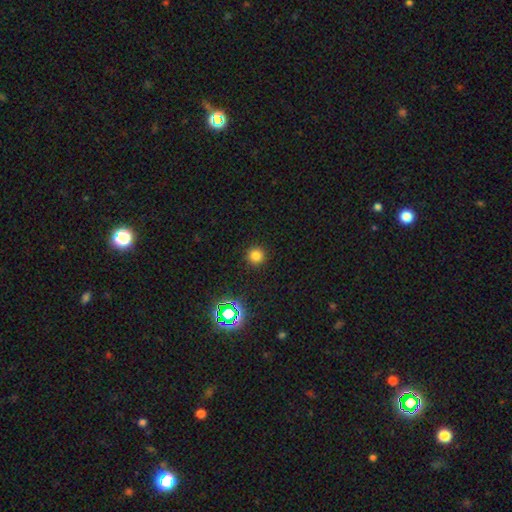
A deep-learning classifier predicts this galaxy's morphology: smooth 76%, star or artifact 19%, featured or disk 5%. Down the decision tree: how rounded — round (95%); merging — none (92%).